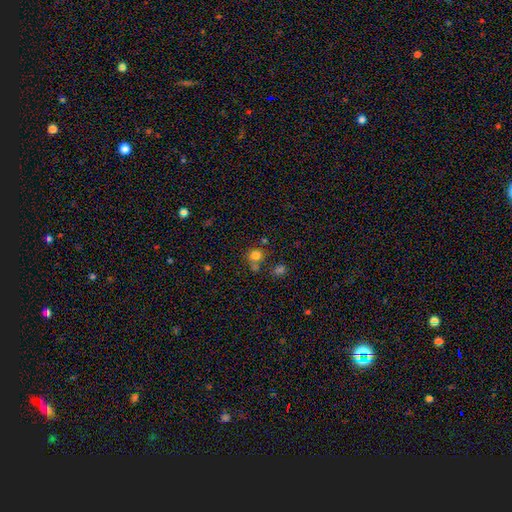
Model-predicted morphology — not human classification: smooth-or-featured: smooth: 77% | star or artifact: 15% | featured or disk: 8%
  how-rounded: round: 80% | in between: 19% | cigar-shaped: 1%
  merging: none: 58% | merger: 24% | minor disturbance: 12% | major disturbance: 6%